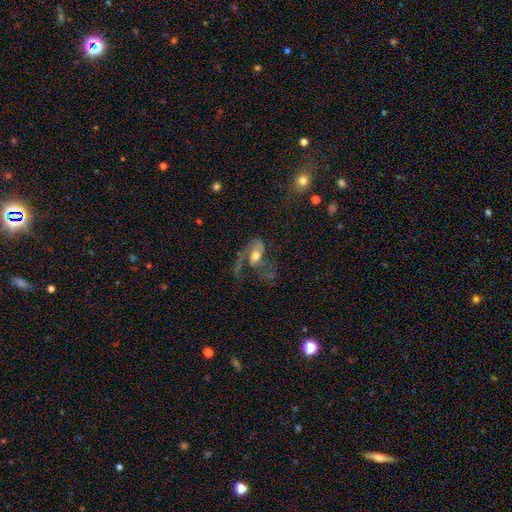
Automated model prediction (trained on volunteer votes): smooth_or_featured: featured or disk (p=0.70) [alt: smooth p=0.22]
disk_edge_on: no (p=0.95) [alt: yes p=0.05]
bar: no (p=0.64) [alt: weak p=0.27]
has_spiral_arms: yes (p=0.79) [alt: no p=0.21]
spiral_winding: loose (p=0.61) [alt: medium p=0.30]
spiral_arm_count: 2 (p=0.45) [alt: 1 p=0.40]
bulge_size: moderate (p=0.68) [alt: large p=0.17]
merging: major disturbance (p=0.54) [alt: none p=0.26]